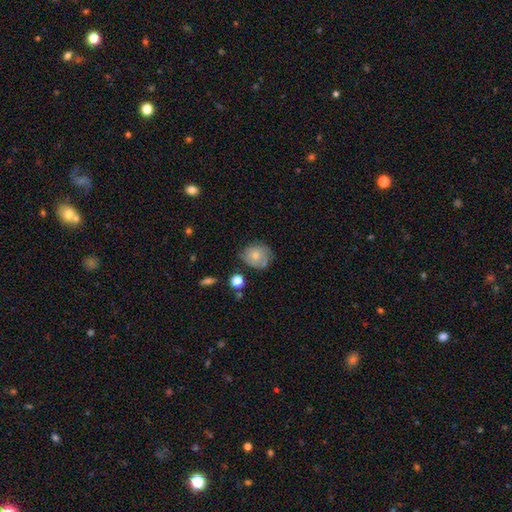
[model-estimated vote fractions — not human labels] Smooth or featured: smooth — 63% (featured or disk — 28%)
How rounded: round — 70% (in between — 29%)
Merging: none — 63% (minor disturbance — 26%)